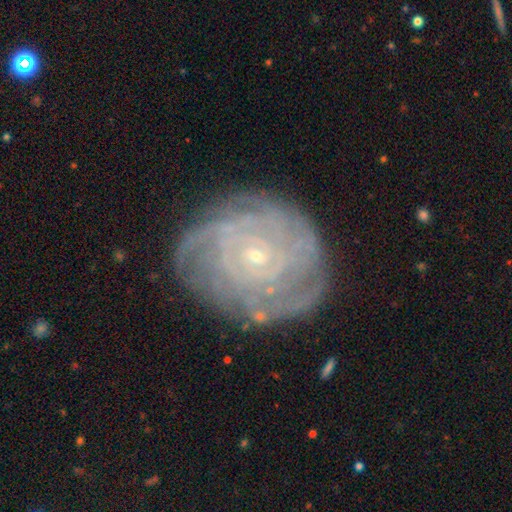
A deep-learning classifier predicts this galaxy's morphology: Q: Smooth or featured?
A: featured or disk (83%); runner-up: smooth (10%)
Q: Edge-on disk?
A: no (97%); runner-up: yes (3%)
Q: Bar?
A: no (78%); runner-up: weak (17%)
Q: Spiral arms?
A: yes (94%); runner-up: no (6%)
Q: Spiral winding?
A: tight (83%); runner-up: medium (14%)
Q: Spiral arm count?
A: can't tell (34%); runner-up: 4 (19%)
Q: Bulge size?
A: small (88%); runner-up: moderate (9%)
Q: Merging?
A: none (76%); runner-up: minor disturbance (17%)